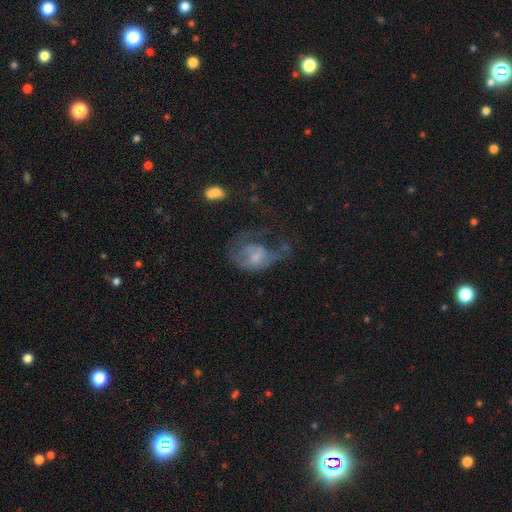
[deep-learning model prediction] Overall: featured or disk (50%; smooth 39%). Edge-on disk: no (97%). Merging: major disturbance (53%; none 22%).